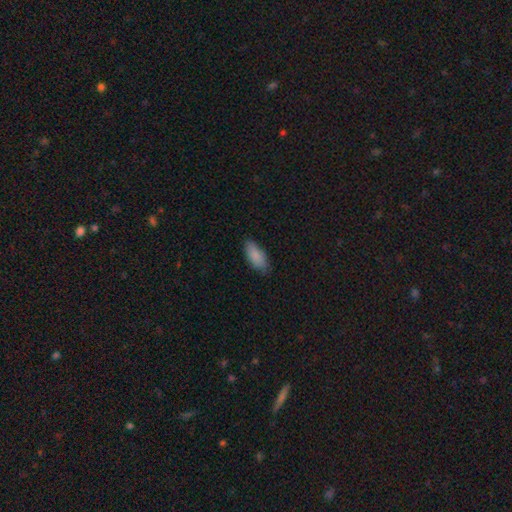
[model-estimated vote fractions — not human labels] Overall: smooth (87%). How rounded: in between (88%). Merging: none (78%).